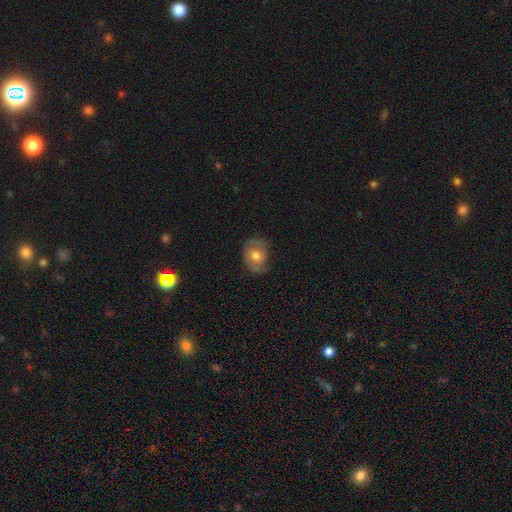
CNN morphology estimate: smooth_or_featured: smooth (p=0.53) [alt: featured or disk p=0.38]
how_rounded: in between (p=0.51) [alt: round p=0.48]
merging: none (p=0.64) [alt: minor disturbance p=0.25]